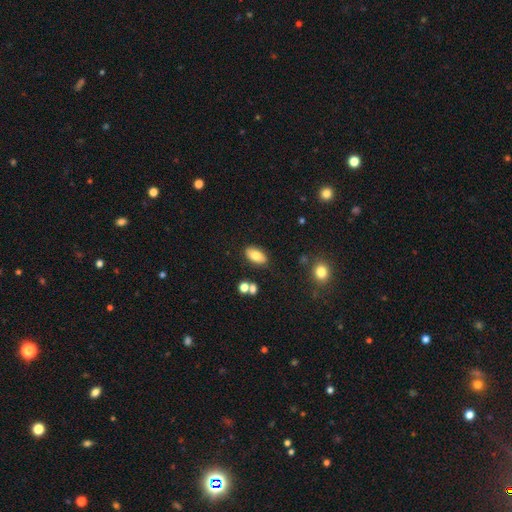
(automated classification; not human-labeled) Smooth or featured: smooth — 79% (featured or disk — 13%)
How rounded: in between — 92% (round — 4%)
Merging: none — 84% (minor disturbance — 10%)